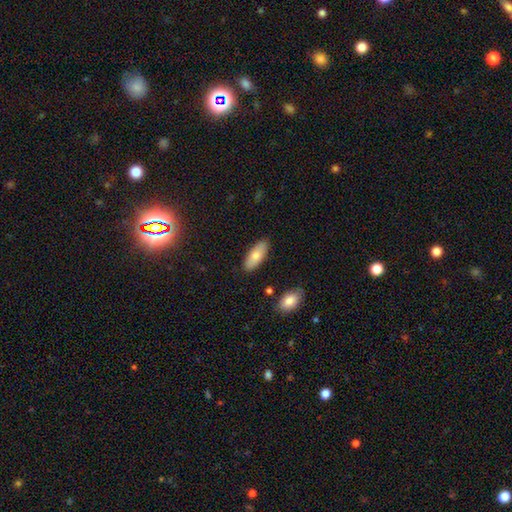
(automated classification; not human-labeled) Smooth or featured? smooth (79%)
How rounded? in between (78%)
Merging? none (86%)